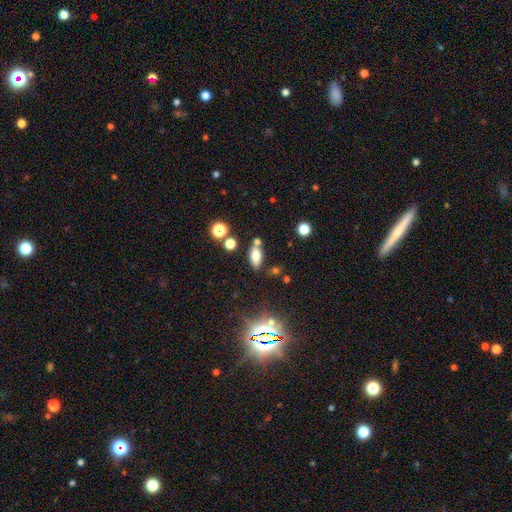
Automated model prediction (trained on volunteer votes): The model was most divided on "merging": none: 68%, merger: 14%, minor disturbance: 13%, major disturbance: 4%. More confident: how rounded — in between (84%); smooth or featured — smooth (73%).